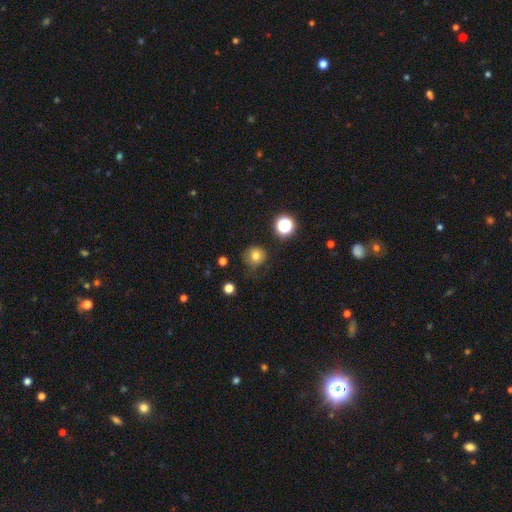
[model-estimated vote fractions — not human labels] smooth_or_featured: smooth (p=0.76) [alt: star or artifact p=0.15]
how_rounded: round (p=0.90) [alt: in between p=0.09]
merging: none (p=0.70) [alt: minor disturbance p=0.20]